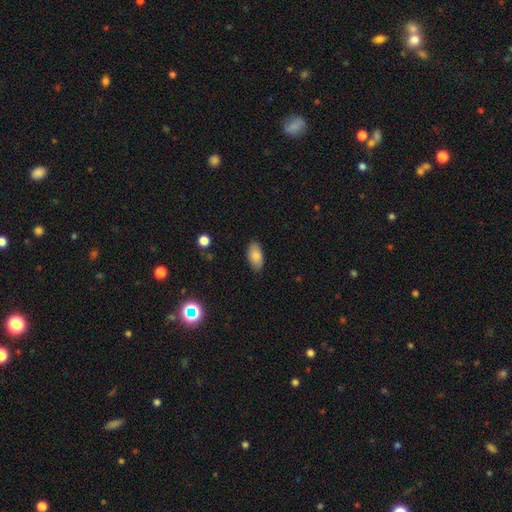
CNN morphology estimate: smooth-or-featured: smooth: 85% | featured or disk: 8% | star or artifact: 7%
  how-rounded: in between: 94% | round: 4% | cigar-shaped: 3%
  merging: none: 85% | minor disturbance: 12% | major disturbance: 2% | merger: 1%